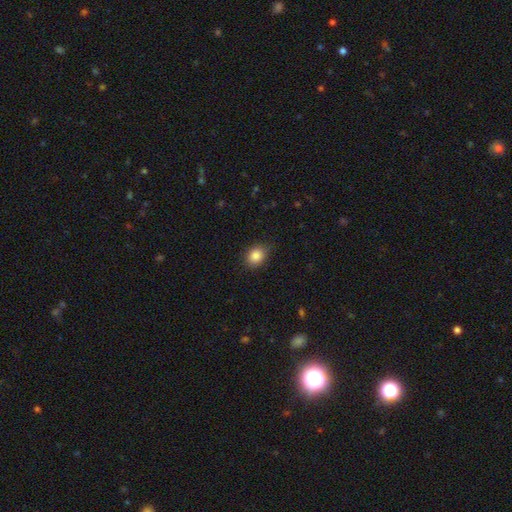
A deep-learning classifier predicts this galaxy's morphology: Q: Smooth or featured?
A: smooth (86%); runner-up: star or artifact (9%)
Q: How rounded?
A: in between (52%); runner-up: round (47%)
Q: Merging?
A: none (80%); runner-up: minor disturbance (16%)